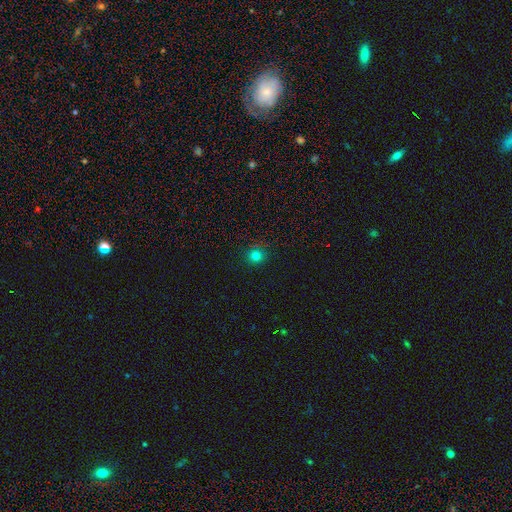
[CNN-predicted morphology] This is likely a smooth galaxy (77%). How rounded: clearly round (93%). Merging: clearly none (90%).